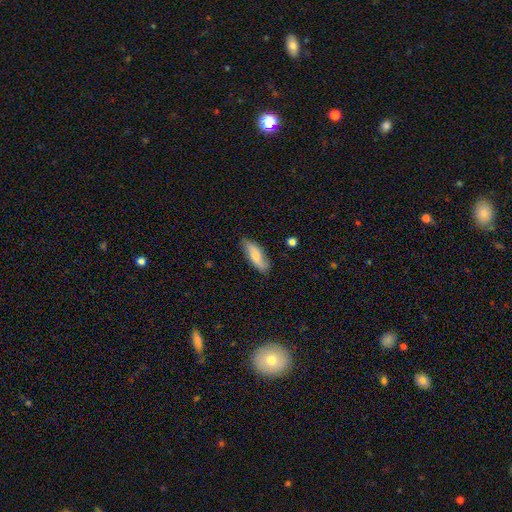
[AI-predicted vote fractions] Smooth or featured: smooth — 68% (featured or disk — 26%)
How rounded: in between — 61% (cigar-shaped — 37%)
Merging: none — 78% (minor disturbance — 17%)